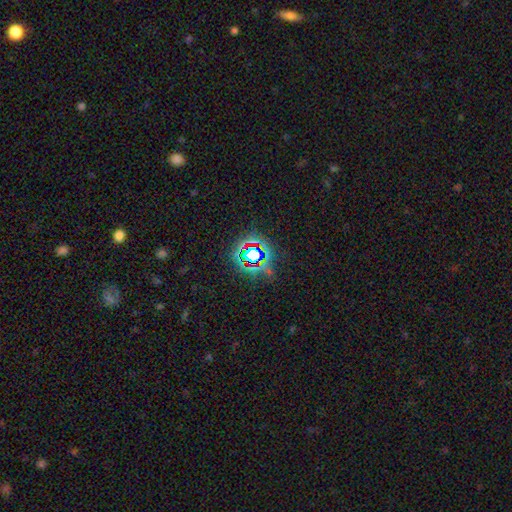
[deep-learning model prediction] Smooth or featured: star or artifact — 73% (smooth — 16%)